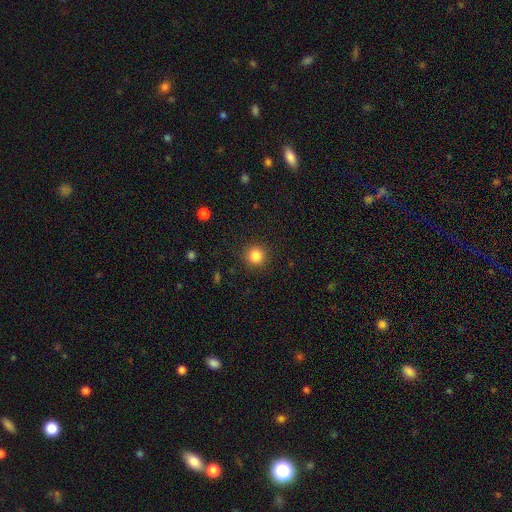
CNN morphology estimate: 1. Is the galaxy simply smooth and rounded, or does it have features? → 84% smooth, 11% star or artifact, 5% featured or disk.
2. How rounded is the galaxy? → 94% round, 5% in between, 1% cigar-shaped.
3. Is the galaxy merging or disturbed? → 90% none, 6% minor disturbance, 2% major disturbance, 1% merger.